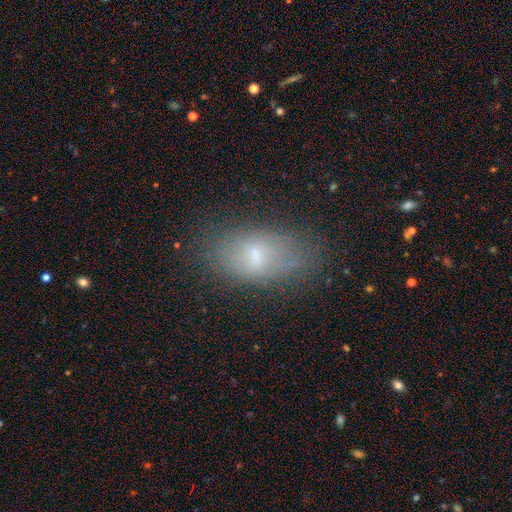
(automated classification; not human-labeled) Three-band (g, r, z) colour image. It shows a smooth galaxy with no disk features (60%) that is in between round and cigar-shaped (87%). Merging: none (70%).